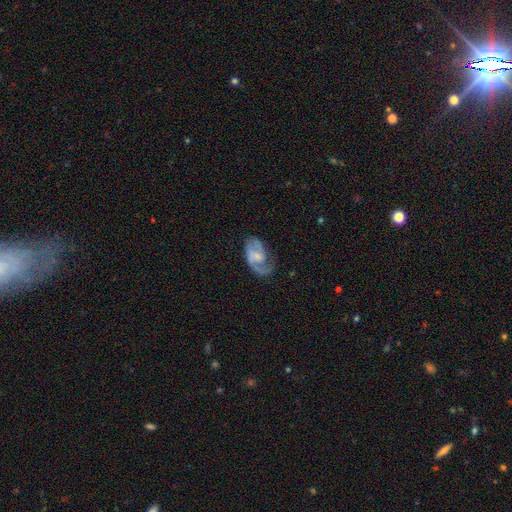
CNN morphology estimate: featured or disk 71%, smooth 23%, star or artifact 6%. Down the decision tree: edge-on disk — no (97%); bar — no (49%); spiral arms — yes (89%); spiral arm count — 2 (59%); spiral winding — medium (48%); bulge size — small (47%); merging — none (52%).